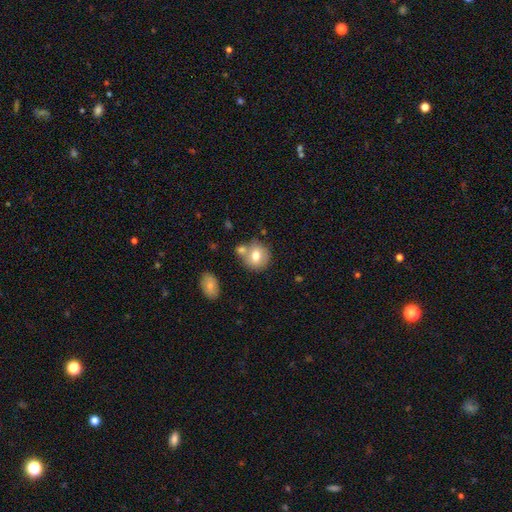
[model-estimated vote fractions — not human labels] Morphology: type=smooth (73%); roundness=round (83%); merging=none (61%).